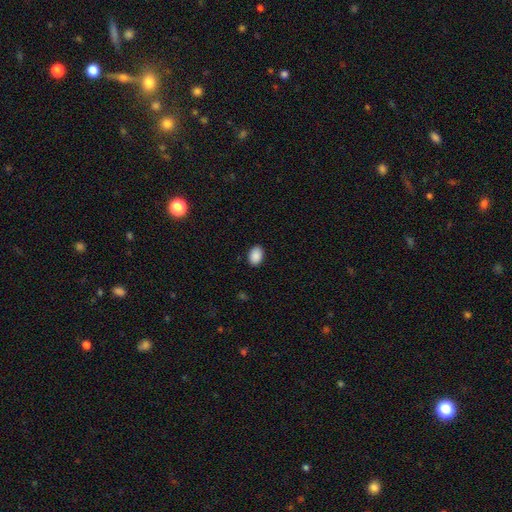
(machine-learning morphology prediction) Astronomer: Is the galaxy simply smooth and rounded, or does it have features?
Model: smooth — 90%.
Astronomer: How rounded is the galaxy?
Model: in between — 82%.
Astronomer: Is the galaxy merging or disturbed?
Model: none — 89%.